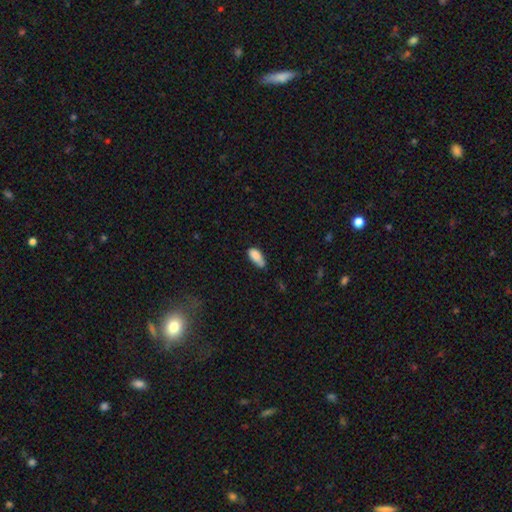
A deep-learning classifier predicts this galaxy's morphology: A smooth galaxy with no disk features (84%) that is in between round and cigar-shaped (88%). Merging: none (46%).